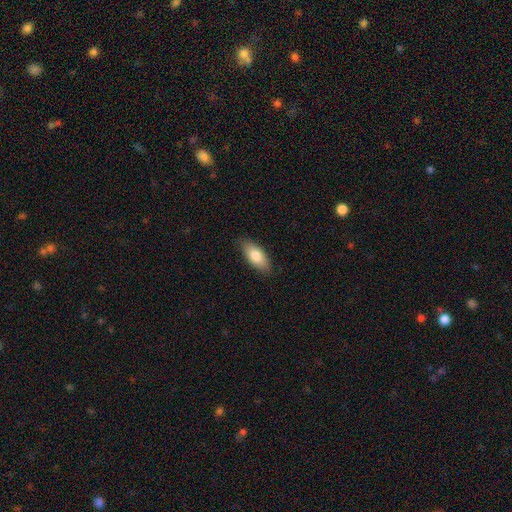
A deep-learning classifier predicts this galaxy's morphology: Overall: smooth (79%). How rounded: in between (83%). Merging: none (85%).